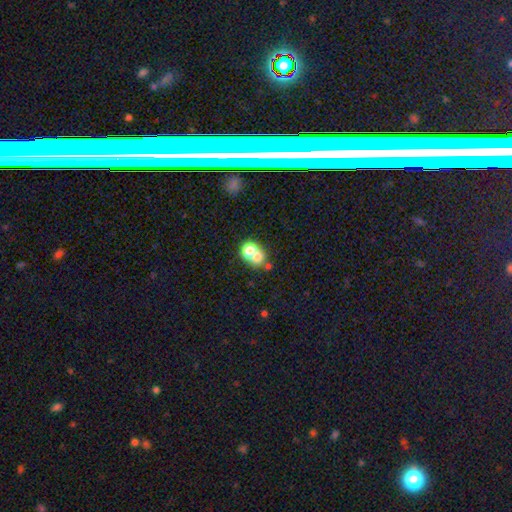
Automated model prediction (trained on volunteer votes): smooth 67%, featured or disk 18%, star or artifact 15%. Down the decision tree: how rounded — round (69%); merging — merger (56%).